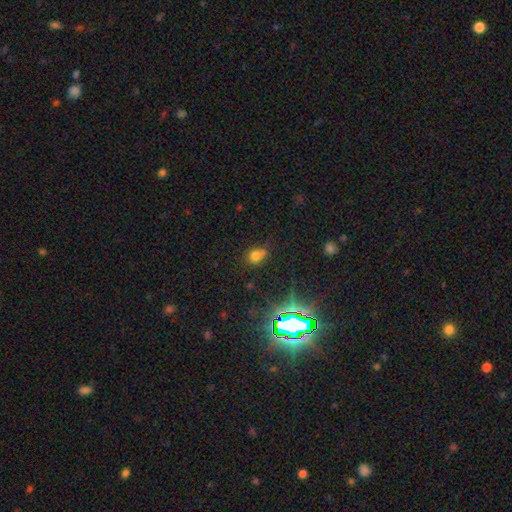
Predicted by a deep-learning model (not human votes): Morphology: type=smooth (68%); roundness=in between (51%); merging=none (60%).